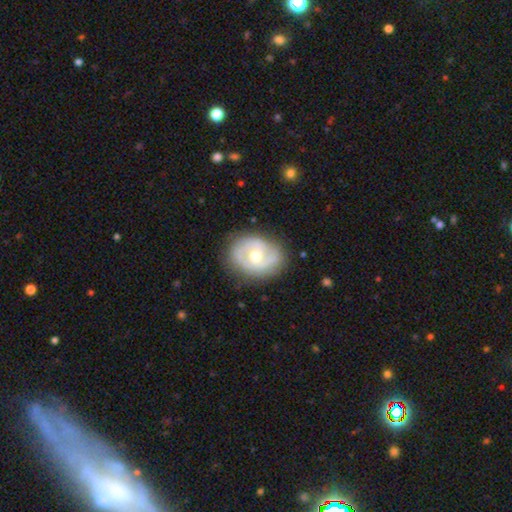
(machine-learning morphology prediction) A featured or disk galaxy (73%) with no bar (62%), 2 (63%) tight (45%) spiral arms (76%) and a moderate central bulge (69%).

Vote fractions:
- Smooth or featured? featured or disk: 73% / smooth: 22% / star or artifact: 5%
- Edge-on disk? no: 97% / yes: 3%
- Bar? no: 62% / weak: 30% / strong: 8%
- Spiral arms? yes: 76% / no: 24%
- Spiral winding? tight: 45% / medium: 39% / loose: 16%
- Spiral arm count? 2: 63% / can't tell: 20% / 3: 7% / 1: 6% / 4: 2% / more than 4: 2%
- Bulge size? moderate: 69% / small: 26% / large: 3% / none: 1% / dominant: 1%
- Merging? none: 76% / minor disturbance: 17% / major disturbance: 5% / merger: 1%